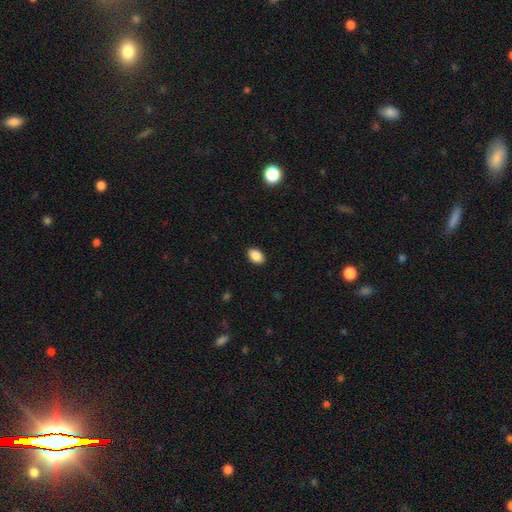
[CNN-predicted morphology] This is clearly a smooth galaxy (89%). How rounded: clearly in between (82%). Merging: clearly none (89%).